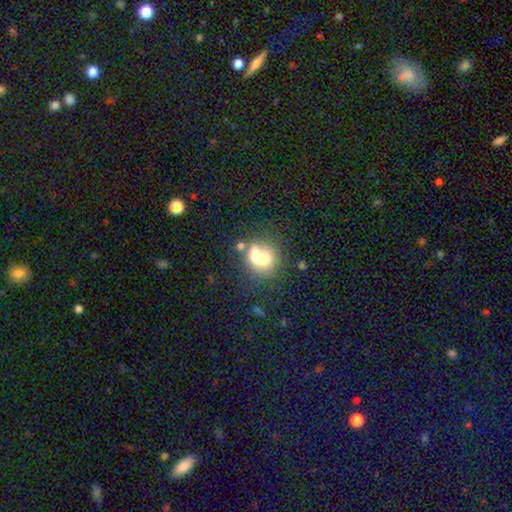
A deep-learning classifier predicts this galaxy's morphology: The model was most divided on "smooth or featured": smooth: 63%, featured or disk: 27%, star or artifact: 11%. More confident: how rounded — round (71%); merging — merger (63%).